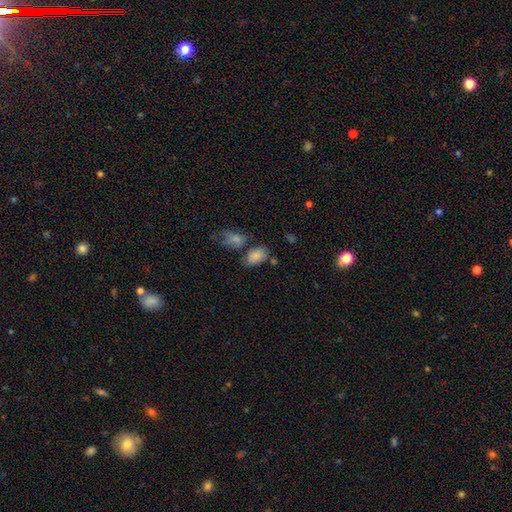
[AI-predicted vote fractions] Q: Smooth or featured?
A: smooth (84%); runner-up: star or artifact (9%)
Q: How rounded?
A: in between (88%); runner-up: round (11%)
Q: Merging?
A: none (54%); runner-up: minor disturbance (20%)